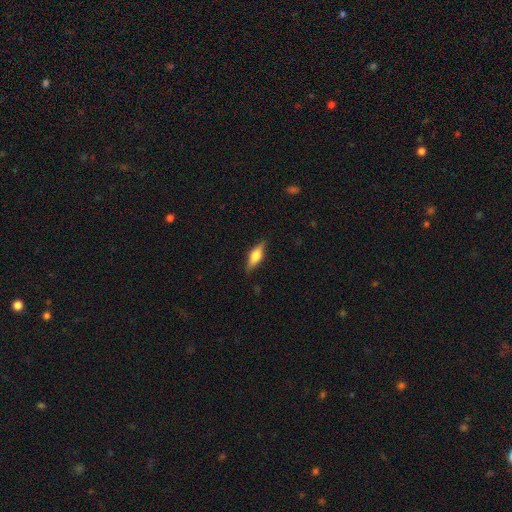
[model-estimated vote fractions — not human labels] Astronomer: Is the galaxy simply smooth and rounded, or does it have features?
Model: smooth — 50% (runner-up: featured or disk, 44%).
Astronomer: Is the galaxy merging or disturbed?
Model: none — 85%.